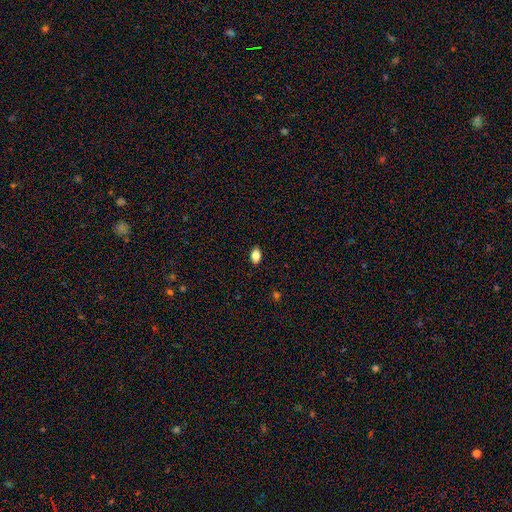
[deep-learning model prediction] Smooth or featured? Predicted: smooth (p=0.85). How rounded? Predicted: in between (p=0.83). Merging? Predicted: none (p=0.89).